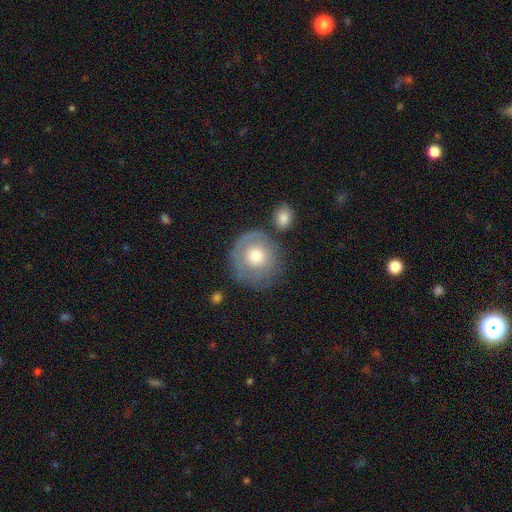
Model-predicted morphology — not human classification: Smooth or featured? smooth (62%)
How rounded? round (89%)
Merging? none (64%)